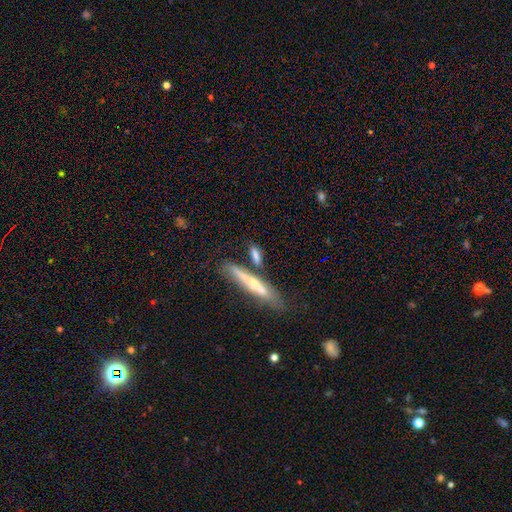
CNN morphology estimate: A smooth galaxy with no disk features (56%) that is cigar-shaped (70%).

Vote fractions:
- Smooth or featured? smooth: 56% / featured or disk: 37% / star or artifact: 8%
- How rounded? cigar-shaped: 70% / in between: 24% / round: 5%
- Merging? none: 59% / merger: 20% / minor disturbance: 16% / major disturbance: 6%